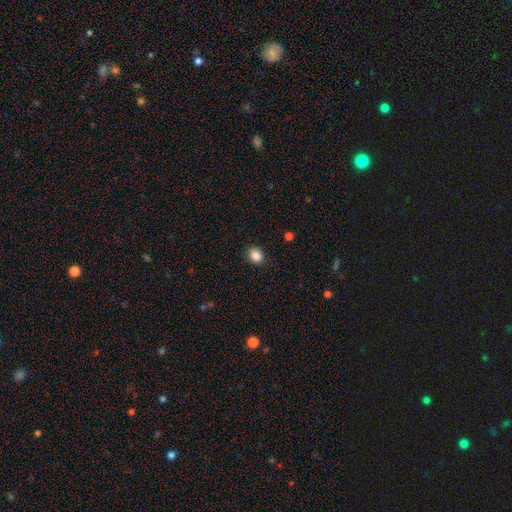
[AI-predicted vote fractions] A smooth galaxy with no disk features (86%) that is round (62%). Merging: none (89%).